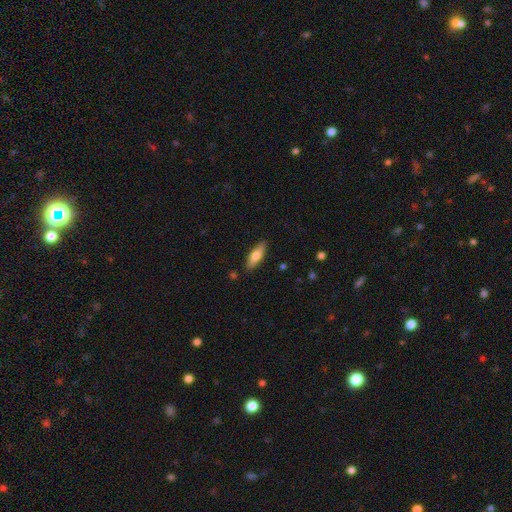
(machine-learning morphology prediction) Smooth or featured? Predicted: smooth (p=0.67). How rounded? Predicted: in between (p=0.51). Merging? Predicted: none (p=0.86).